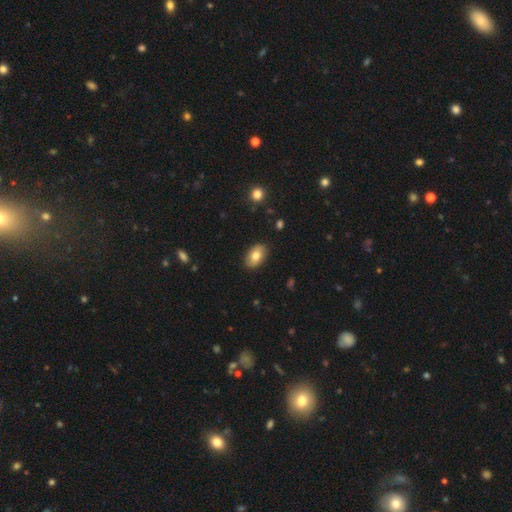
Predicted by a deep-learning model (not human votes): Smooth or featured? smooth (76%)
How rounded? in between (90%)
Merging? none (86%)